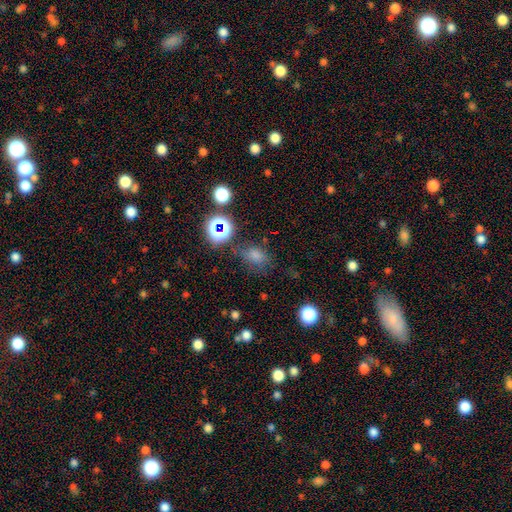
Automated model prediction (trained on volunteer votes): This is likely a smooth galaxy (66%). How rounded: likely in between (68%). Merging: likely none (62%).